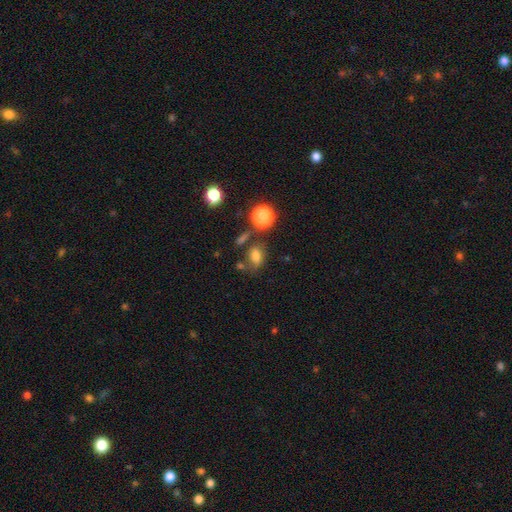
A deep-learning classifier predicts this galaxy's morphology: smooth_or_featured: smooth (p=0.73) [alt: star or artifact p=0.16]
how_rounded: in between (p=0.72) [alt: round p=0.25]
merging: none (p=0.64) [alt: minor disturbance p=0.16]